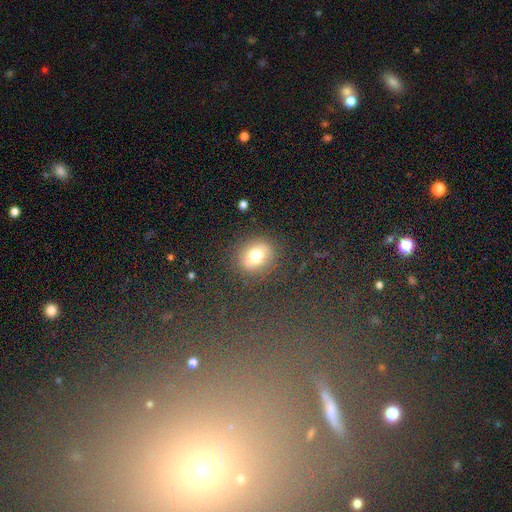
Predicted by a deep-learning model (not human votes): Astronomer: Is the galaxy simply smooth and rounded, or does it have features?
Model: smooth — 70%.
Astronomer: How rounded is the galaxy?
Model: round — 63%.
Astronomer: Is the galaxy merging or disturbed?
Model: none — 83%.